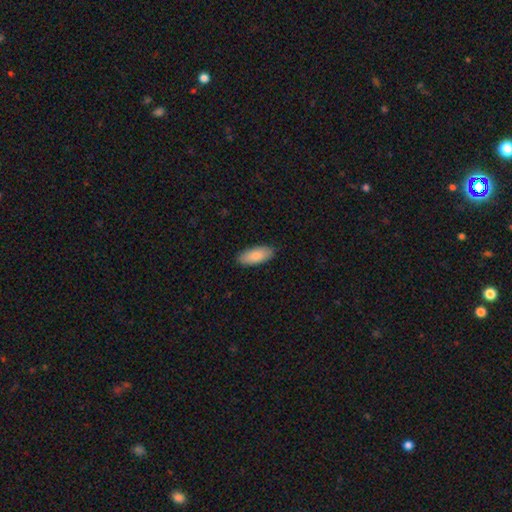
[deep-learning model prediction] Smooth or featured: smooth — 86% (featured or disk — 9%)
How rounded: in between — 85% (cigar-shaped — 13%)
Merging: none — 89% (minor disturbance — 9%)